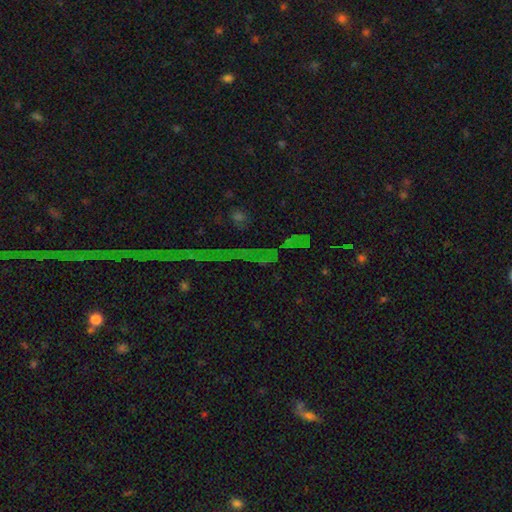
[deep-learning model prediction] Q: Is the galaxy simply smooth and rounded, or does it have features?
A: star or artifact — 78%.